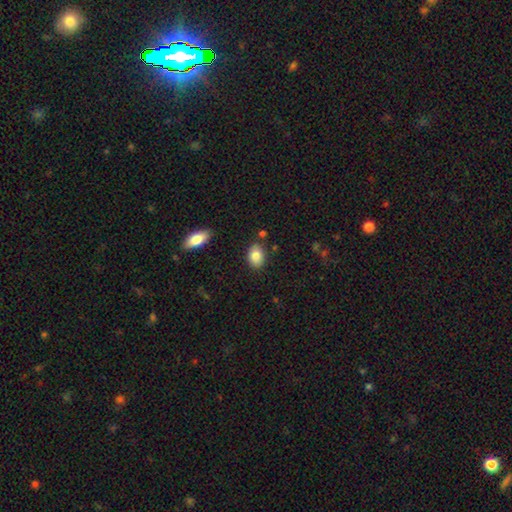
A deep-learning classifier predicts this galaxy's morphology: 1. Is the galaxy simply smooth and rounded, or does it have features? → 84% smooth, 8% featured or disk, 8% star or artifact.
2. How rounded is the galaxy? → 82% in between, 17% round, 1% cigar-shaped.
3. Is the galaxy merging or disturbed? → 84% none, 11% minor disturbance, 3% merger, 2% major disturbance.